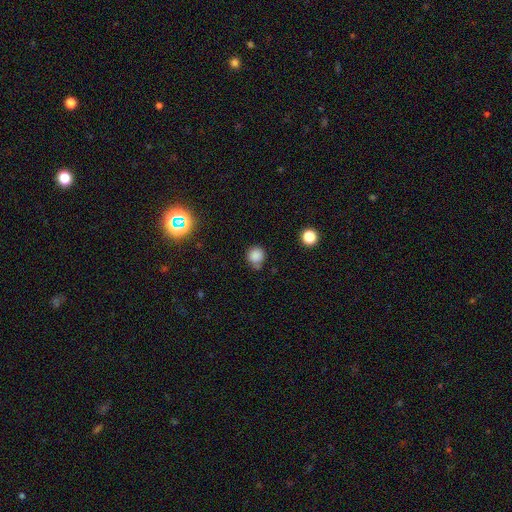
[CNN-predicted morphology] smooth 83%, star or artifact 13%, featured or disk 4%. Down the decision tree: how rounded — round (90%); merging — none (68%).